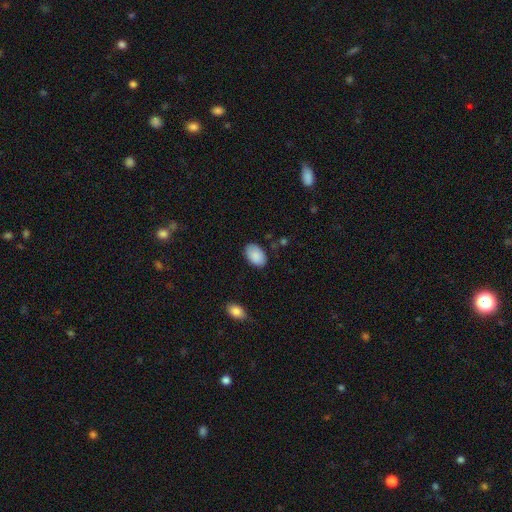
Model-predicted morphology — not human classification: This appears to be a smooth galaxy with no disk features (89%) that is in between round and cigar-shaped (91%). Merging: none (84%).